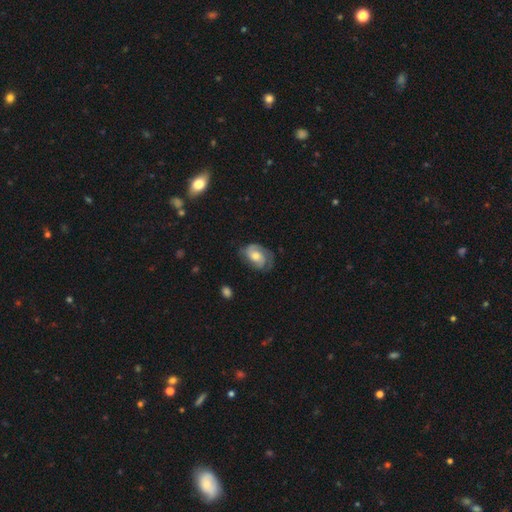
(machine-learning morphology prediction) A featured or disk galaxy (72%) with no bar (65%), 2 (64%) tight (45%) spiral arms (92%) and a moderate central bulge (61%). Merging: none (64%).